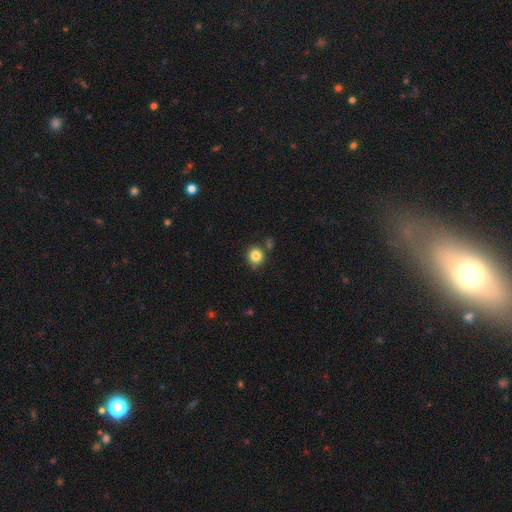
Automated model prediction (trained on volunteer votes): Q: Smooth or featured?
A: smooth (84%); runner-up: star or artifact (11%)
Q: How rounded?
A: round (86%); runner-up: in between (13%)
Q: Merging?
A: none (79%); runner-up: minor disturbance (11%)